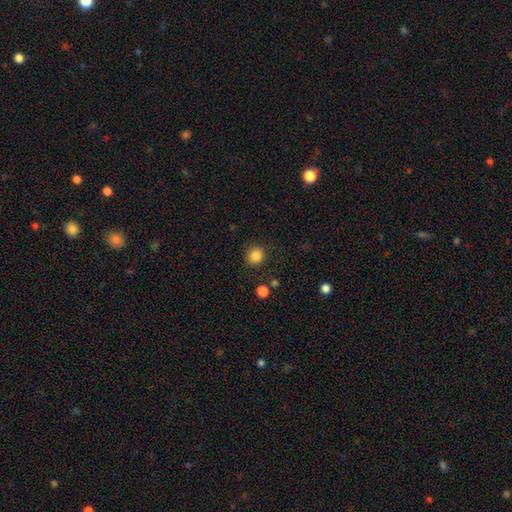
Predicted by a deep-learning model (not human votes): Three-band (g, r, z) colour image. It shows a smooth galaxy with no disk features (85%) that is round (90%). Merging: none (87%).